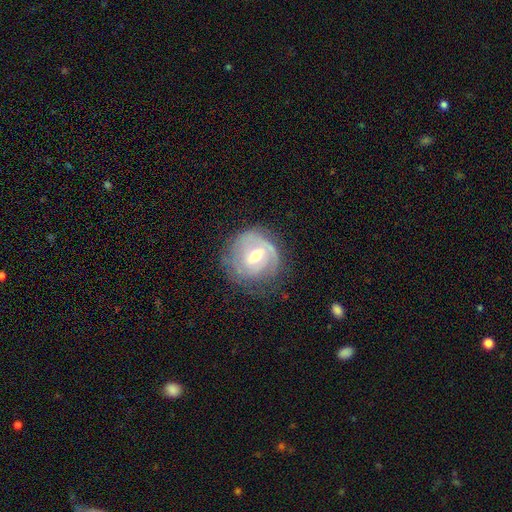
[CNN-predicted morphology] Smooth or featured?
  - featured or disk: 75% *
  - smooth: 19%
  - star or artifact: 6%
Edge-on disk?
  - no: 97% *
  - yes: 3%
Bar?
  - weak: 53% *
  - no: 28%
  - strong: 19%
Spiral arms?
  - yes: 85% *
  - no: 15%
Spiral winding?
  - tight: 59% *
  - medium: 29%
  - loose: 12%
Spiral arm count?
  - can't tell: 32% *
  - 2: 29%
  - 1: 26%
  - 3: 9%
  - 4: 3%
  - more than 4: 2%
Bulge size?
  - moderate: 69% *
  - small: 22%
  - large: 6%
  - none: 1%
  - dominant: 1%
Merging?
  - none: 63% *
  - minor disturbance: 22%
  - major disturbance: 13%
  - merger: 2%